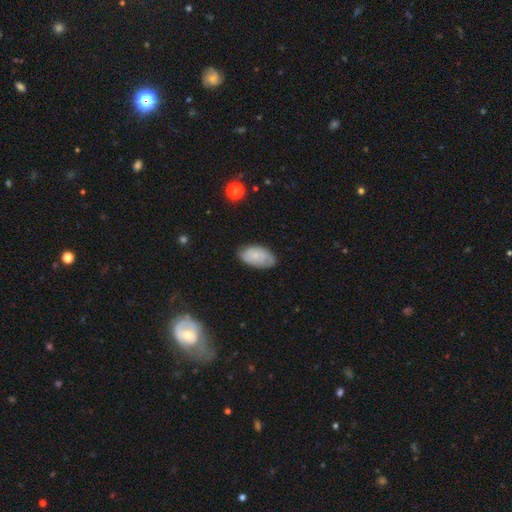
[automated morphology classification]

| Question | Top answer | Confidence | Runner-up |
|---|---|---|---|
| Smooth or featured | smooth | 65% | featured or disk (27%) |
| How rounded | in between | 94% | round (4%) |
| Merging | none | 71% | minor disturbance (22%) |